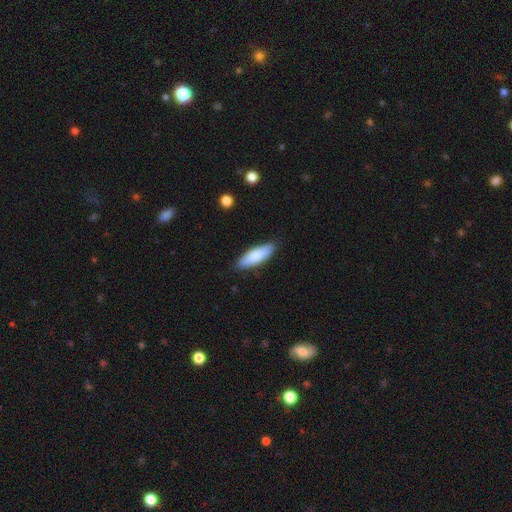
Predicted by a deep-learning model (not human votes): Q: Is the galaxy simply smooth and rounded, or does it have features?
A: smooth — 76%.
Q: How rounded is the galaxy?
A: in between — 54%.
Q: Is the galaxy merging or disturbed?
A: none — 87%.